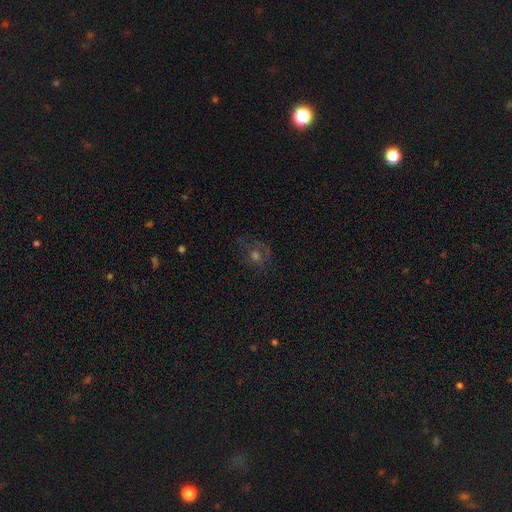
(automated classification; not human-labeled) Smooth or featured?
  - featured or disk: 37% *
  - smooth: 34%
  - star or artifact: 28%
Merging?
  - none: 66% *
  - minor disturbance: 17%
  - major disturbance: 15%
  - merger: 2%